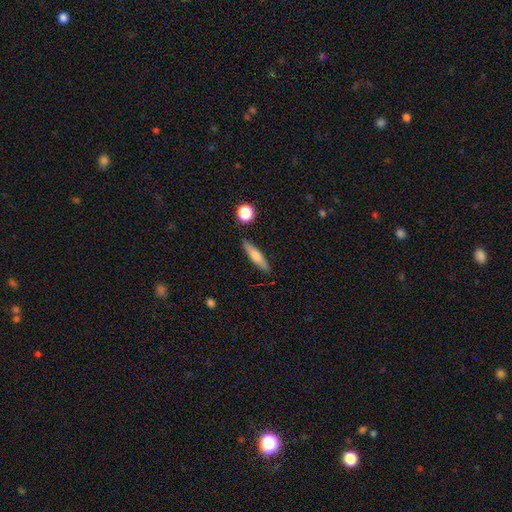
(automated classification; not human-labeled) This appears to be a smooth galaxy with no disk features (61%) that is cigar-shaped (79%). Merging: none (87%).